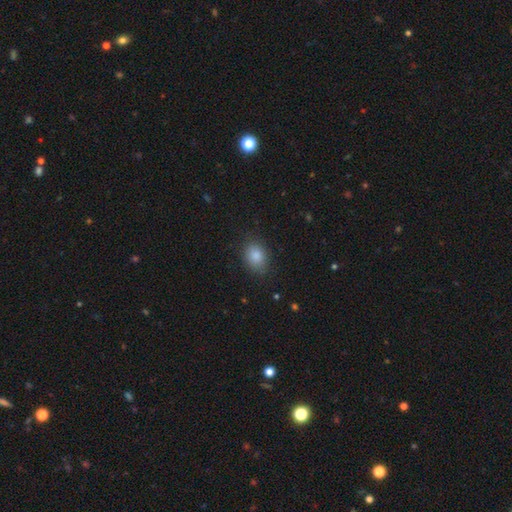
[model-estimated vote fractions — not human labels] Smooth or featured?
  - smooth: 86% *
  - star or artifact: 9%
  - featured or disk: 5%
How rounded?
  - in between: 59% *
  - round: 40%
  - cigar-shaped: 1%
Merging?
  - none: 82% *
  - minor disturbance: 13%
  - major disturbance: 4%
  - merger: 1%